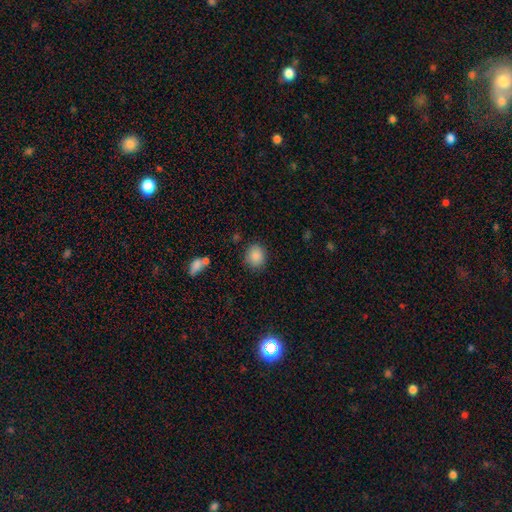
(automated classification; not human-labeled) Smooth or featured? smooth (87%)
How rounded? round (68%)
Merging? none (83%)